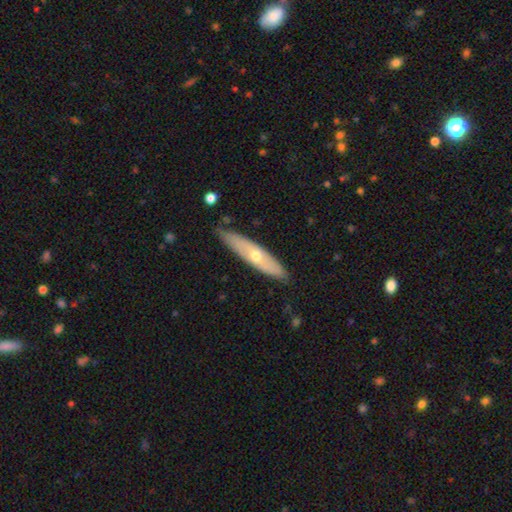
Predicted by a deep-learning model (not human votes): This is possibly a featured or disk galaxy (50%). Merging: clearly none (81%).